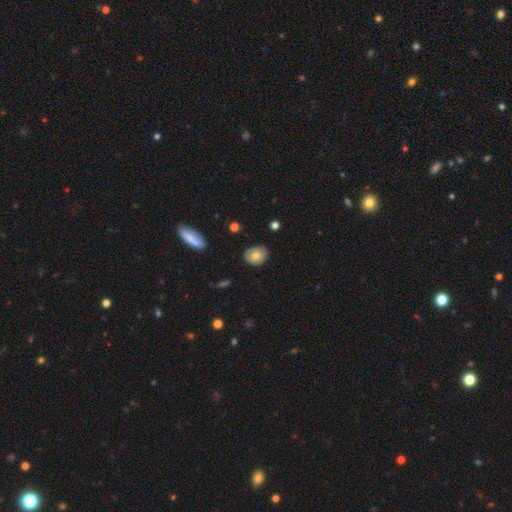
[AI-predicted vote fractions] Smooth or featured? Predicted: smooth (p=0.70). How rounded? Predicted: in between (p=0.53). Merging? Predicted: none (p=0.76).